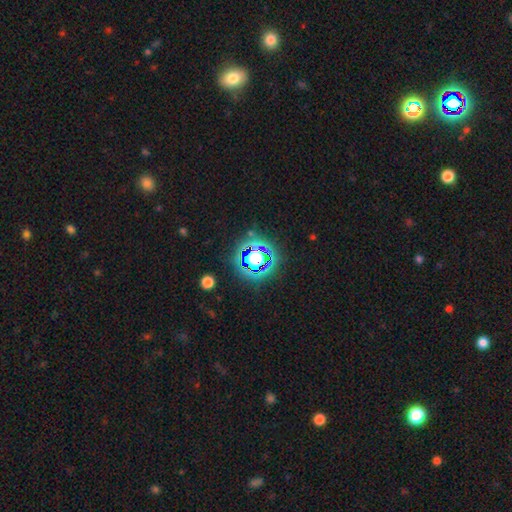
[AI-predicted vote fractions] Smooth or featured? star or artifact (65%)